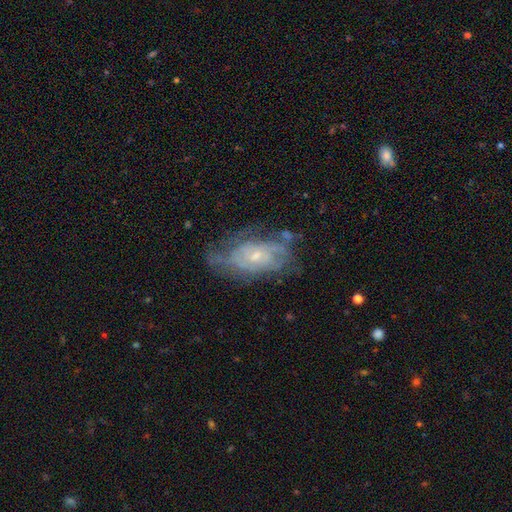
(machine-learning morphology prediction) type=featured or disk (75%); edge-on=no (94%); bar=no (74%); spiral arms=yes (79%); winding=tight (56%); arm count=can't tell (55%); bulge=small (67%); merging=none (57%).